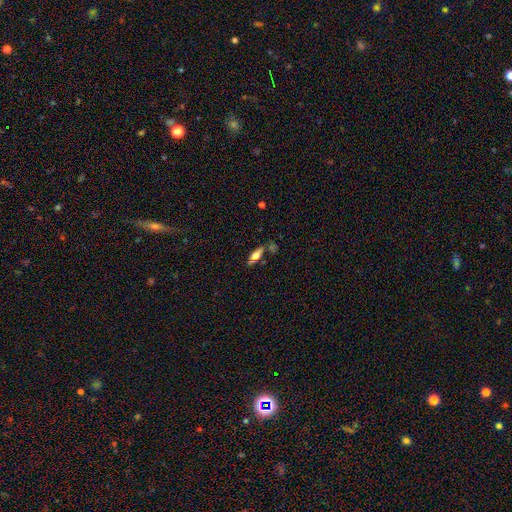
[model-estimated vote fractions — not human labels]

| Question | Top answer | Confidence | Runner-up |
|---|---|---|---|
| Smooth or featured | smooth | 48% | featured or disk (42%) |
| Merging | none | 66% | minor disturbance (17%) |